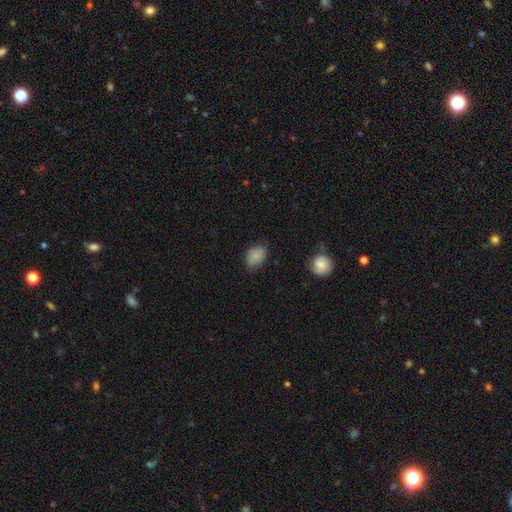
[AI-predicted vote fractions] Morphology: type=smooth (83%); roundness=in between (78%); merging=none (66%).